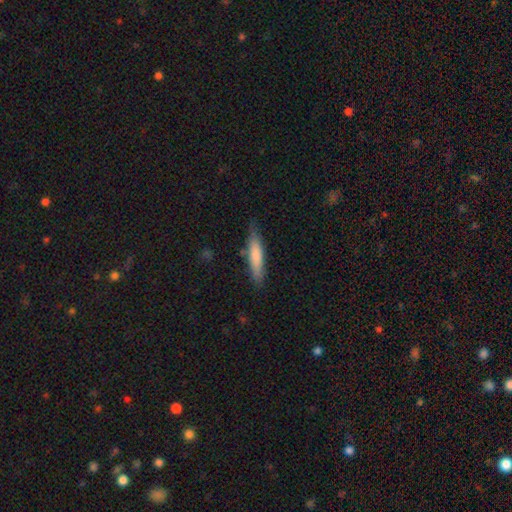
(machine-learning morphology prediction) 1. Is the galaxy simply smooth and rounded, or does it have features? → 75% smooth, 19% featured or disk, 5% star or artifact.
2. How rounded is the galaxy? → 84% cigar-shaped, 15% in between, 1% round.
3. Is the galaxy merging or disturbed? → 79% none, 16% minor disturbance, 3% major disturbance, 2% merger.